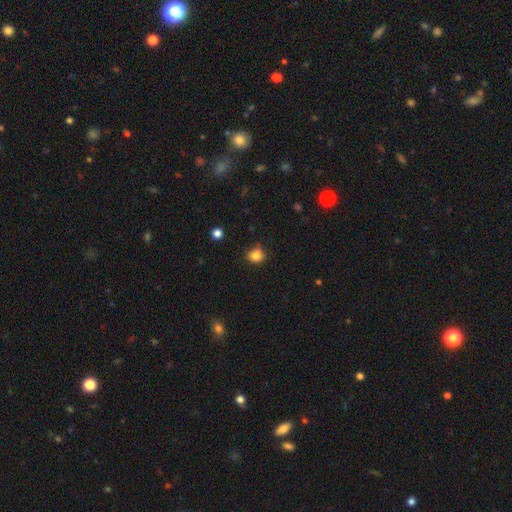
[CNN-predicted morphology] Smooth or featured? smooth (82%)
How rounded? round (78%)
Merging? none (69%)